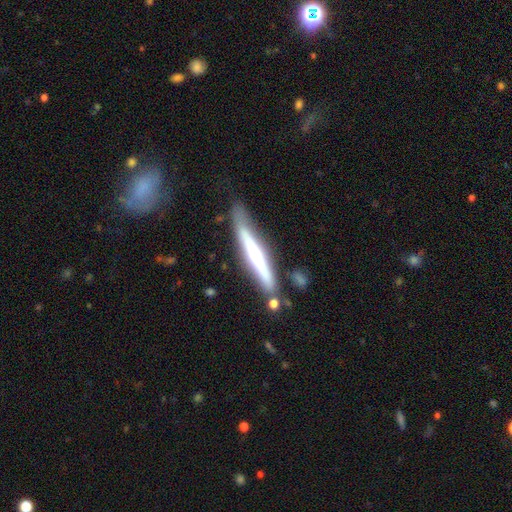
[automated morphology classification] Smooth or featured?
  - featured or disk: 57% *
  - smooth: 37%
  - star or artifact: 6%
Edge-on disk?
  - yes: 90% *
  - no: 10%
Edge-on bulge?
  - rounded: 52% *
  - none: 34%
  - boxy: 14%
Merging?
  - none: 69% *
  - minor disturbance: 20%
  - merger: 6%
  - major disturbance: 5%